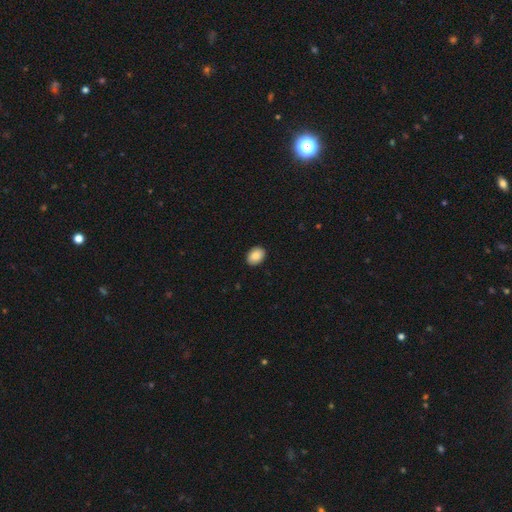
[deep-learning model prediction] smooth_or_featured: smooth (p=0.87) [alt: star or artifact p=0.07]
how_rounded: in between (p=0.75) [alt: round p=0.24]
merging: none (p=0.91) [alt: minor disturbance p=0.07]